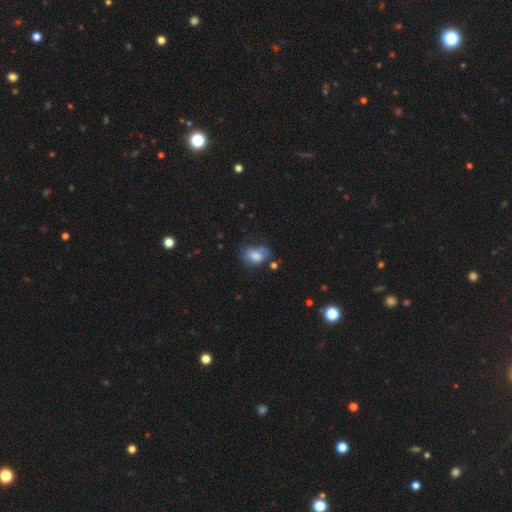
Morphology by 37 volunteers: smooth-or-featured: smooth: 78% | featured or disk: 19% | star or artifact: 3%
  how-rounded: in between: 76% | round: 21% | cigar-shaped: 3%
  merging: none: 39% | minor disturbance: 33% | major disturbance: 22% | merger: 6%